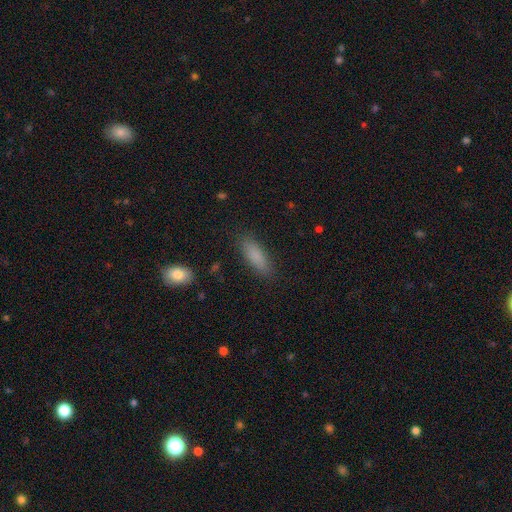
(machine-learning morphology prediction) Smooth or featured? Predicted: smooth (p=0.85). How rounded? Predicted: in between (p=0.65). Merging? Predicted: none (p=0.85).